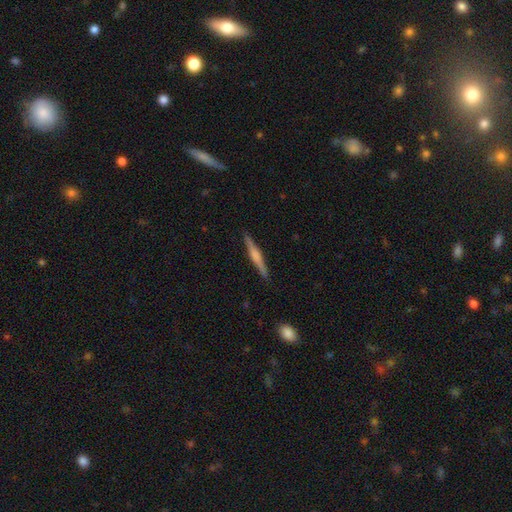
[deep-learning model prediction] smooth-or-featured: featured or disk: 59% | smooth: 35% | star or artifact: 6%
  disk-edge-on: yes: 98% | no: 2%
    edge-on-bulge: rounded: 60% | boxy: 23% | none: 17%
  merging: none: 91% | minor disturbance: 7% | major disturbance: 1% | merger: 1%